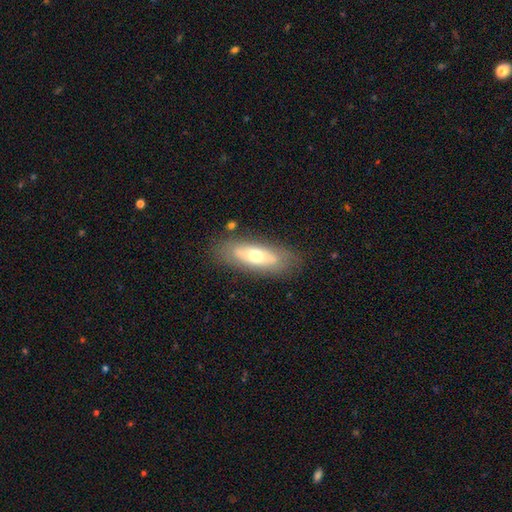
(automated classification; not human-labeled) The model was most divided on "smooth or featured": smooth: 51%, featured or disk: 43%, star or artifact: 6%. More confident: merging — none (79%); how rounded — in between (70%).